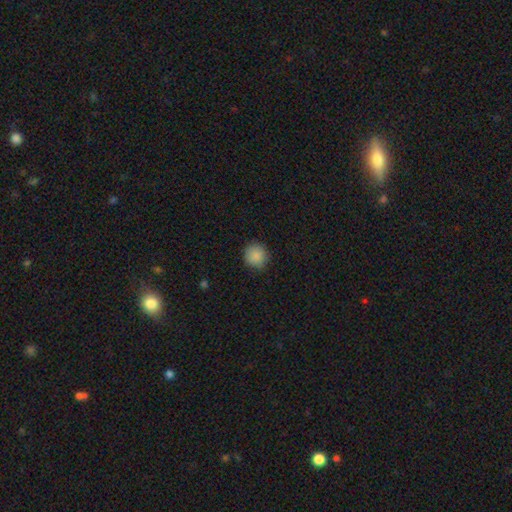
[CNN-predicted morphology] smooth 87%, star or artifact 9%, featured or disk 4%. Down the decision tree: how rounded — round (92%); merging — none (85%).